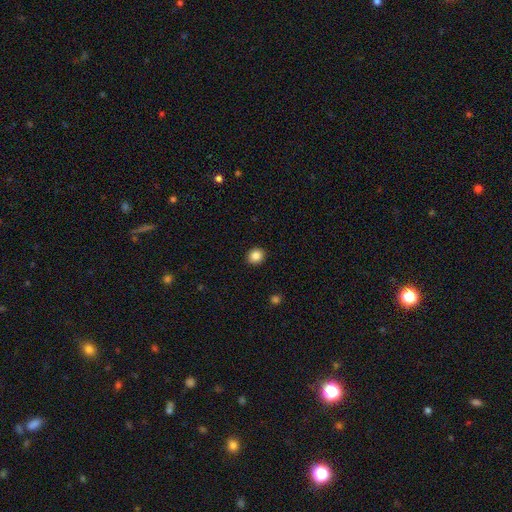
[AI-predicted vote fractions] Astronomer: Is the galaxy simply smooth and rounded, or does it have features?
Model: smooth — 86%.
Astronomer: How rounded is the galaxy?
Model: round — 80%.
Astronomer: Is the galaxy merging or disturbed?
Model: none — 91%.